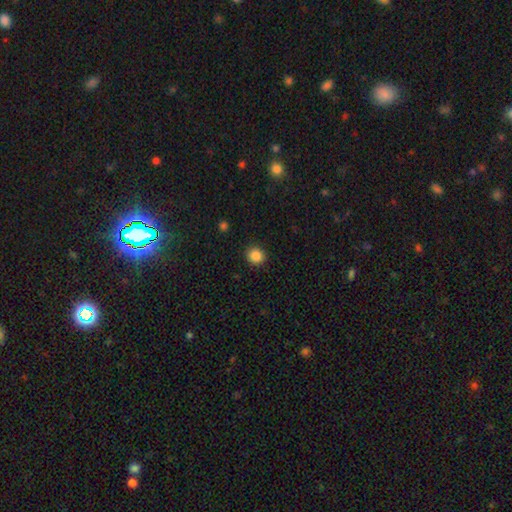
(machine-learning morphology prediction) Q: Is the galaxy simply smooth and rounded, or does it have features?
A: smooth — 86%.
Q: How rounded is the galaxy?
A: round — 86%.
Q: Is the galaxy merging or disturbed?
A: none — 91%.